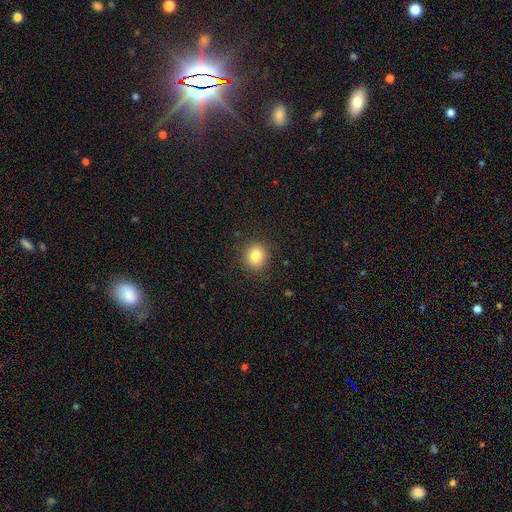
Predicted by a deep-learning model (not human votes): This appears to be a smooth galaxy with no disk features (83%) that is round (82%). Merging: none (88%).